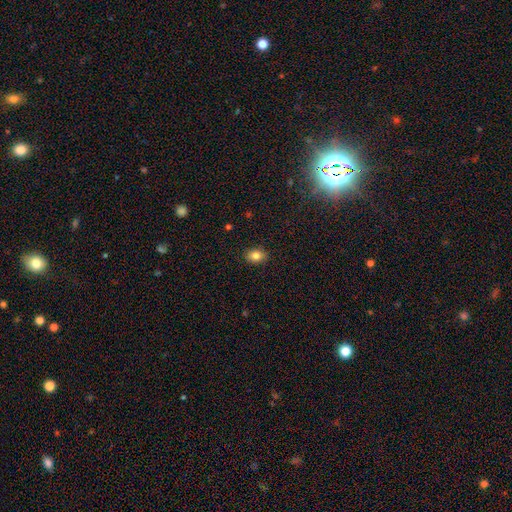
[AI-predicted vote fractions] Overall: smooth (84%). How rounded: in between (71%). Merging: none (89%).